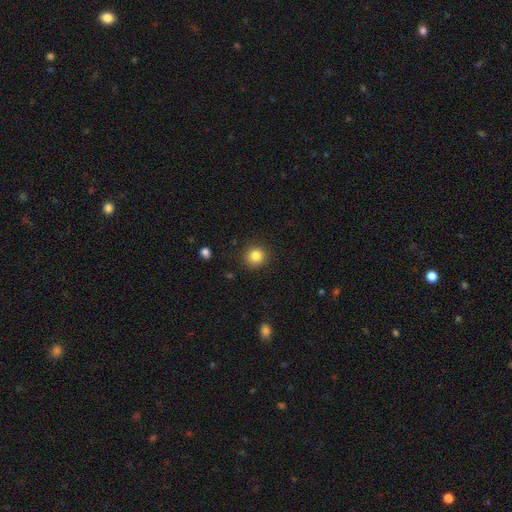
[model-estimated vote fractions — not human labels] The model was most divided on "smooth or featured": smooth: 84%, star or artifact: 11%, featured or disk: 5%. More confident: how rounded — round (92%); merging — none (89%).